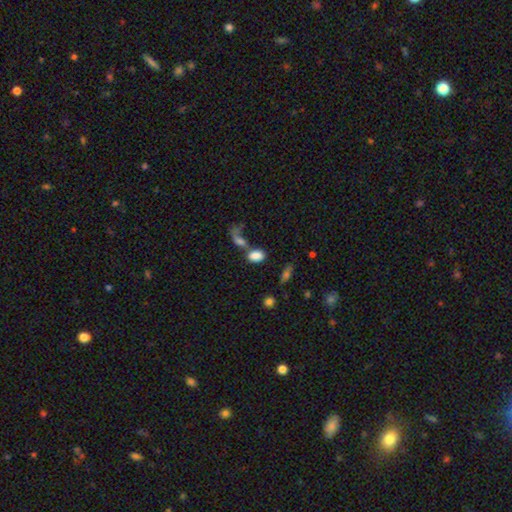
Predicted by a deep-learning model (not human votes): smooth 80%, featured or disk 10%, star or artifact 10%. Down the decision tree: how rounded — in between (86%); merging — merger (44%).